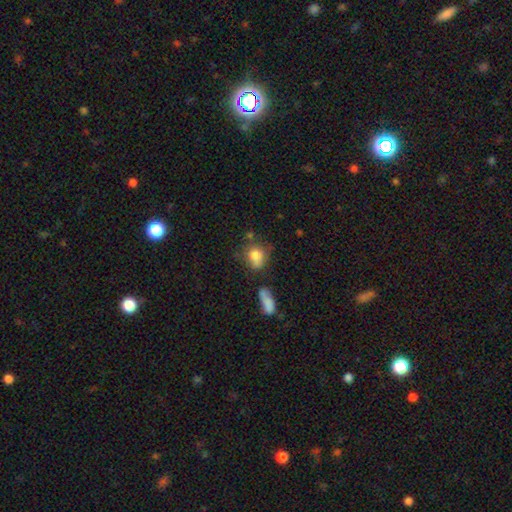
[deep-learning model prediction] Smooth or featured: smooth — 78% (featured or disk — 12%)
How rounded: round — 58% (in between — 40%)
Merging: none — 51% (minor disturbance — 23%)